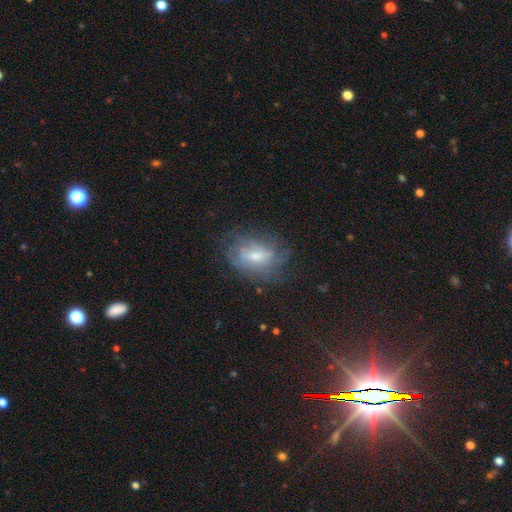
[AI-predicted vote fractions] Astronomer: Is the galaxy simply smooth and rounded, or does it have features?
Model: featured or disk — 59%.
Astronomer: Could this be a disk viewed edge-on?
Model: no — 94%.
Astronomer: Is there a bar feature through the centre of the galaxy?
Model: no — 48% (runner-up: weak, 42%).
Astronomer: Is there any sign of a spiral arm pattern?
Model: yes — 78%.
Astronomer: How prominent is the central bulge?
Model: moderate — 49% (runner-up: small, 40%).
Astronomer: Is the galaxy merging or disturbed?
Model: none — 66%.